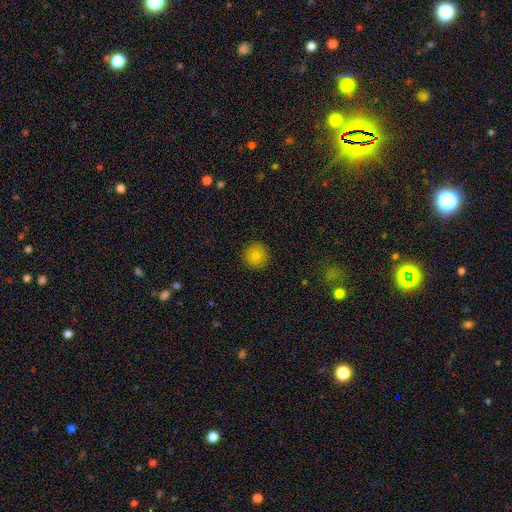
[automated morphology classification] Q: Smooth or featured?
A: smooth (82%); runner-up: star or artifact (11%)
Q: How rounded?
A: round (95%); runner-up: in between (4%)
Q: Merging?
A: none (91%); runner-up: minor disturbance (6%)